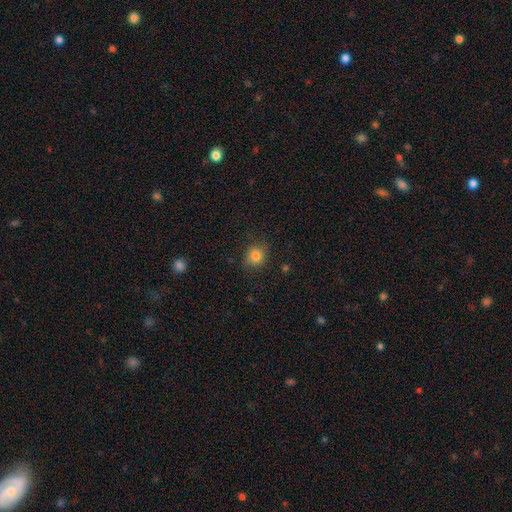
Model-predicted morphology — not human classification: A smooth galaxy with no disk features (82%) that is round (78%).

Vote fractions:
- Smooth or featured? smooth: 82% / star or artifact: 11% / featured or disk: 6%
- How rounded? round: 78% / in between: 21% / cigar-shaped: 1%
- Merging? none: 84% / minor disturbance: 12% / major disturbance: 3% / merger: 1%